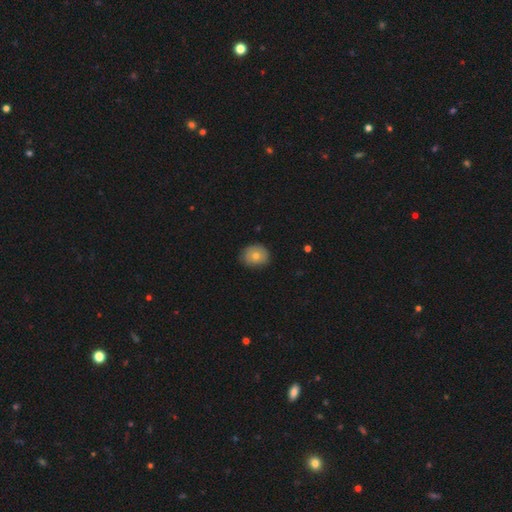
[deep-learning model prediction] Smooth or featured? smooth (73%)
How rounded? round (64%)
Merging? none (81%)